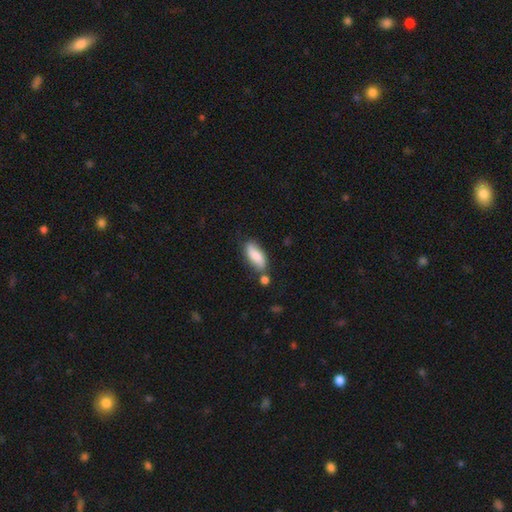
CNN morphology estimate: Smooth or featured: smooth — 76% (featured or disk — 18%)
How rounded: in between — 74% (cigar-shaped — 23%)
Merging: none — 62% (minor disturbance — 21%)